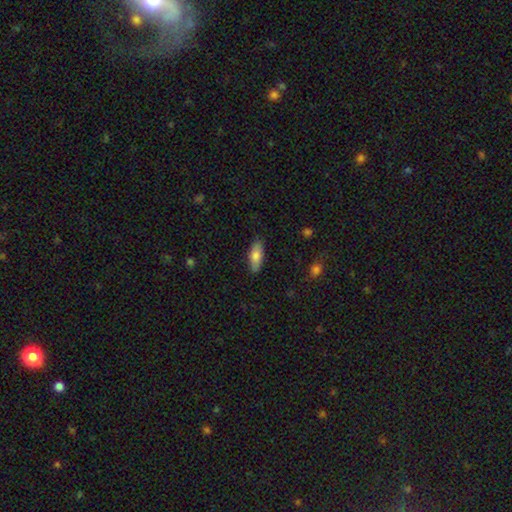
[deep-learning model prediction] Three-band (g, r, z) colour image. It shows a smooth galaxy with no disk features (76%) that is in between round and cigar-shaped (71%). Merging: none (87%).